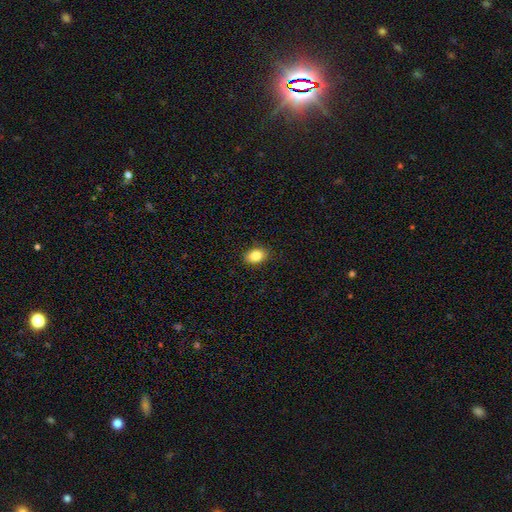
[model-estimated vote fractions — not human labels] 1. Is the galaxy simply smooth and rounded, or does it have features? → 85% smooth, 9% star or artifact, 7% featured or disk.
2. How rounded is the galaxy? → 79% in between, 19% round, 1% cigar-shaped.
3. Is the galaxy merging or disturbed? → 88% none, 9% minor disturbance, 2% major disturbance, 1% merger.